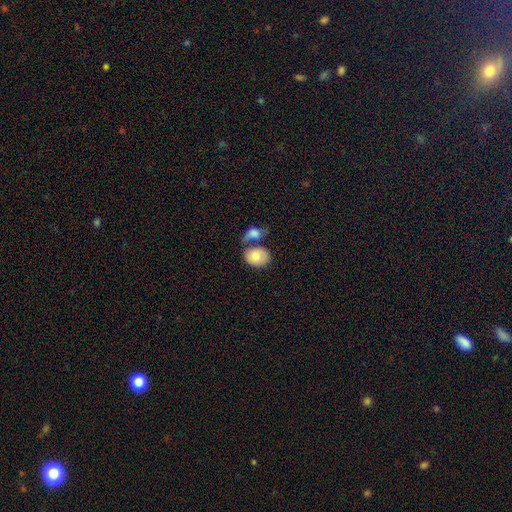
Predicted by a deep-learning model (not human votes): Overall: smooth (77%). How rounded: in between (69%). Merging: merger (49%; none 32%).